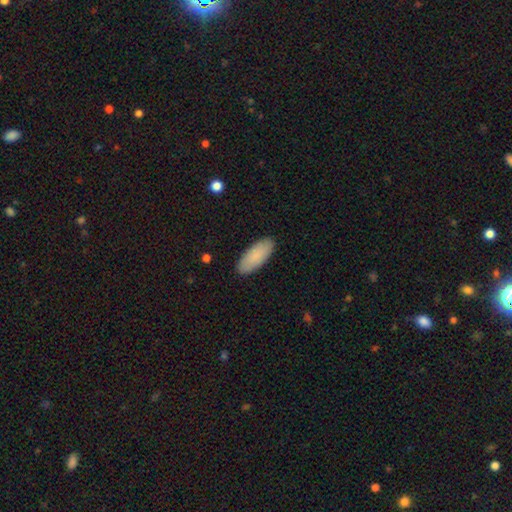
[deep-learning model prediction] Q: Smooth or featured?
A: smooth (89%); runner-up: featured or disk (5%)
Q: How rounded?
A: in between (84%); runner-up: cigar-shaped (15%)
Q: Merging?
A: none (89%); runner-up: minor disturbance (8%)